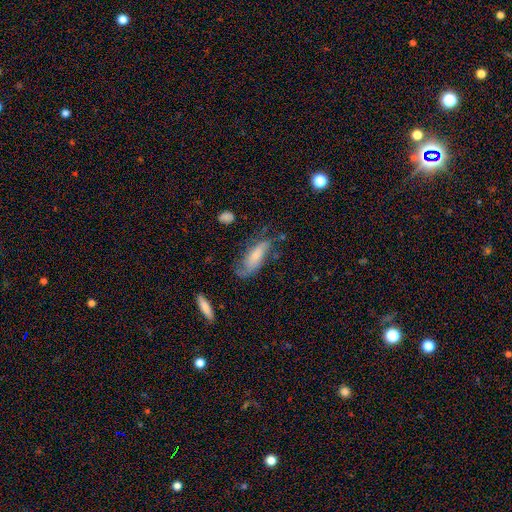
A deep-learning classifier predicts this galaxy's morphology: Smooth or featured? smooth (56%)
How rounded? in between (62%)
Merging? none (46%)